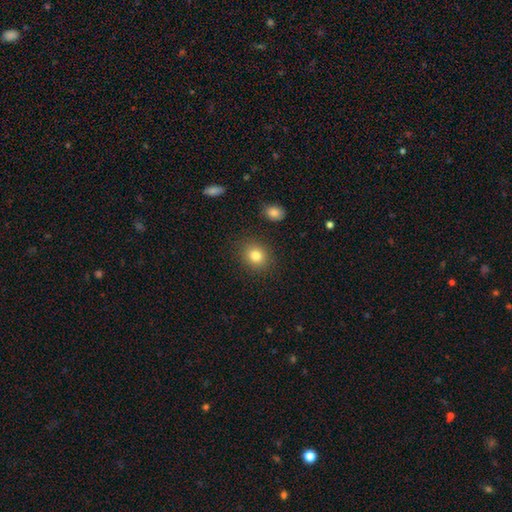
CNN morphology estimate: Q: Smooth or featured?
A: smooth (82%); runner-up: star or artifact (11%)
Q: How rounded?
A: round (71%); runner-up: in between (28%)
Q: Merging?
A: none (87%); runner-up: minor disturbance (8%)